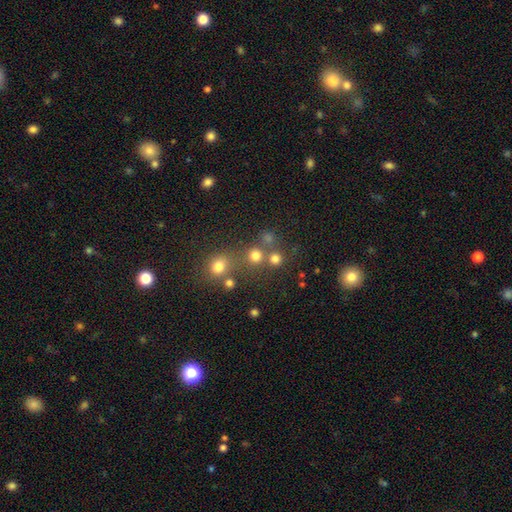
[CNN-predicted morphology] A smooth galaxy with no disk features (74%) that is round (91%). Merging: none (68%).